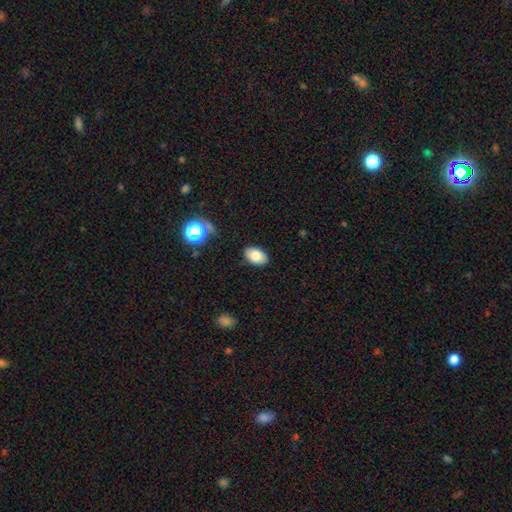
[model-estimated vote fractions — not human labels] The model was most divided on "smooth or featured": smooth: 81%, star or artifact: 10%, featured or disk: 9%. More confident: how rounded — in between (90%); merging — none (85%).